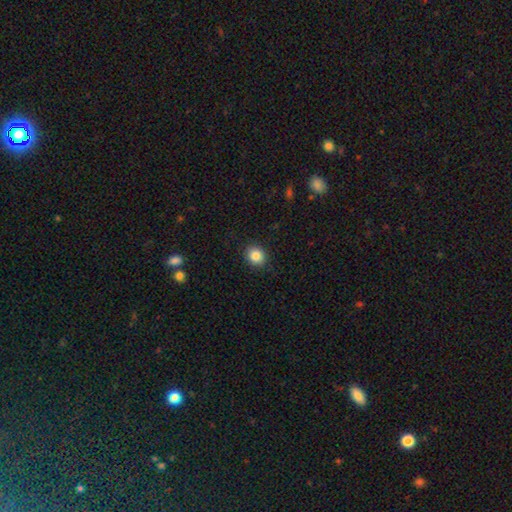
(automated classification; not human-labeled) Q: Smooth or featured?
A: smooth (85%); runner-up: star or artifact (10%)
Q: How rounded?
A: round (71%); runner-up: in between (28%)
Q: Merging?
A: none (90%); runner-up: minor disturbance (7%)